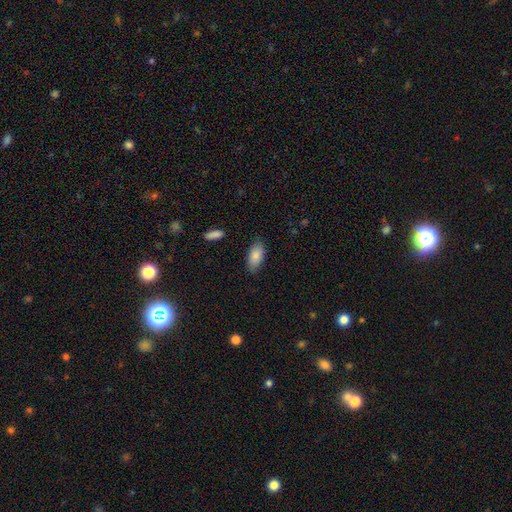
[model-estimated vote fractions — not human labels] The model was most divided on "merging": none: 81%, minor disturbance: 15%, major disturbance: 3%, merger: 1%. More confident: how rounded — in between (92%); smooth or featured — smooth (87%).